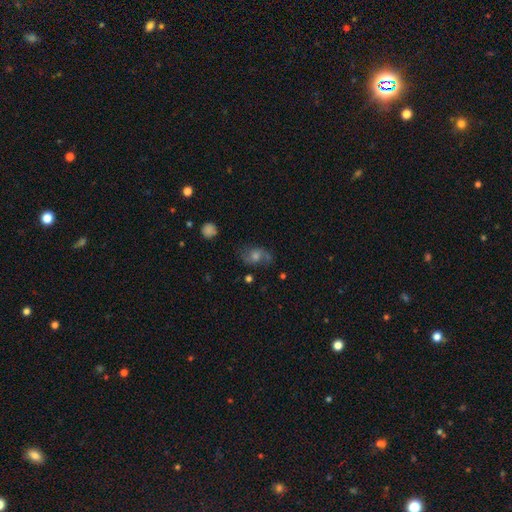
Overall: featured or disk (56%; smooth 36%). Edge-on disk: no (95%). Bar: no (62%; weak 29%). Spiral arms: yes (95%). Spiral arm count: 2 (85%). Spiral winding: medium (60%; loose 40%). Bulge size: moderate (48%; small 38%). Merging: none (78%).